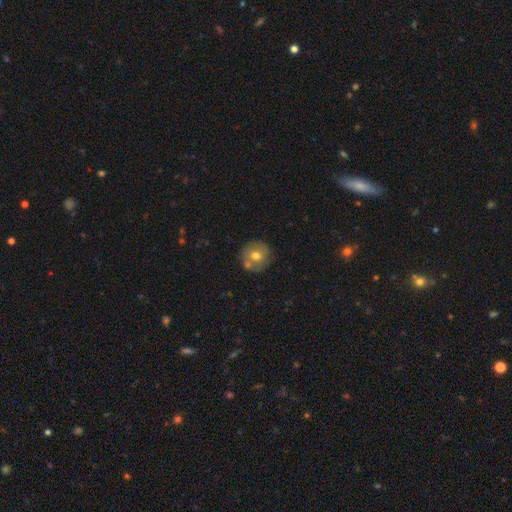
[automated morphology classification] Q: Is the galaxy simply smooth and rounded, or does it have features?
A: smooth — 67%.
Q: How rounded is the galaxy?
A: round — 92%.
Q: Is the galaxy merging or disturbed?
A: none — 70%.